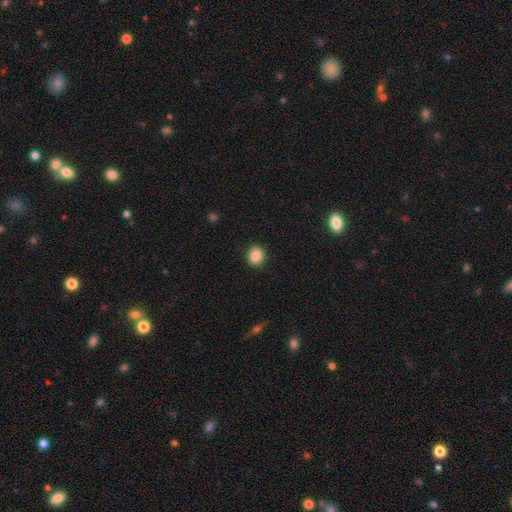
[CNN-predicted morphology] Smooth or featured: smooth — 87% (star or artifact — 9%)
How rounded: round — 77% (in between — 22%)
Merging: none — 91% (minor disturbance — 7%)